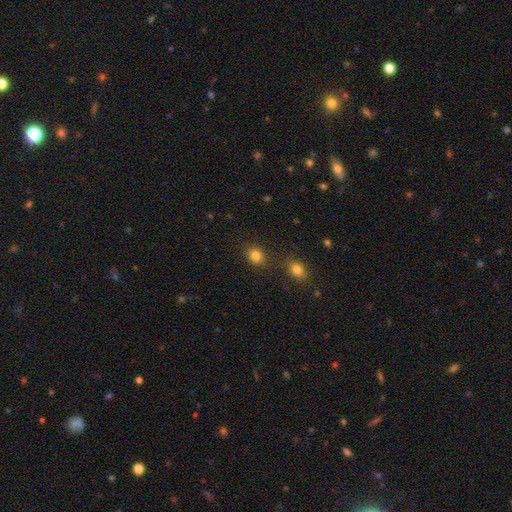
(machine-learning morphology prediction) Smooth or featured? smooth (83%)
How rounded? round (70%)
Merging? none (81%)